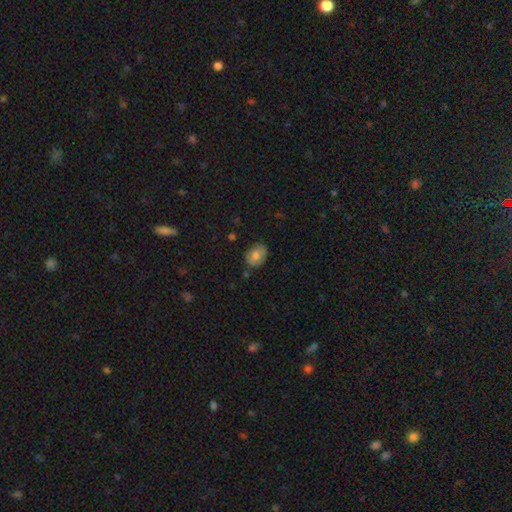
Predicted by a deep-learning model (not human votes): Morphology: type=smooth (79%); roundness=in between (67%); merging=none (80%).